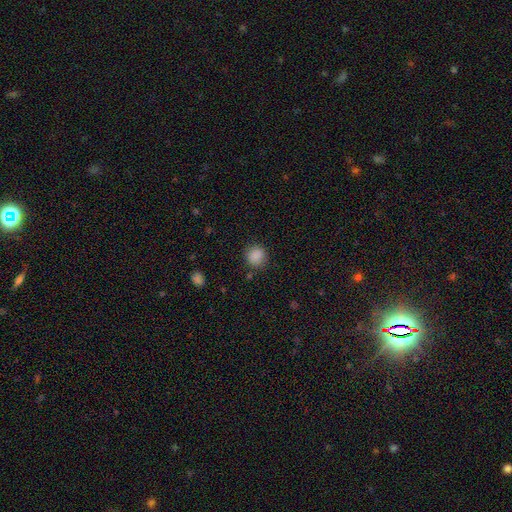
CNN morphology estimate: smooth-or-featured: smooth: 86% | star or artifact: 10% | featured or disk: 4%
  how-rounded: round: 86% | in between: 13% | cigar-shaped: 1%
  merging: none: 82% | minor disturbance: 12% | major disturbance: 4% | merger: 2%